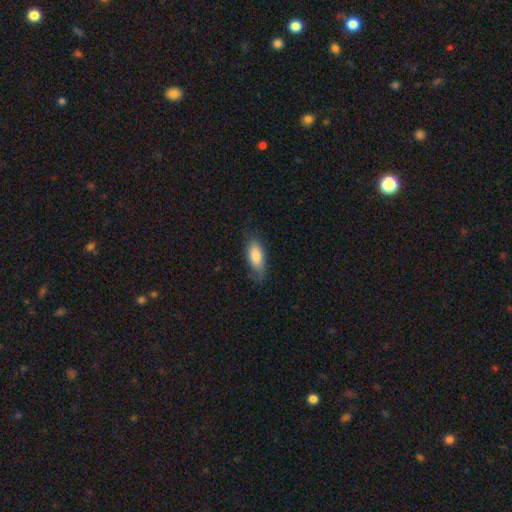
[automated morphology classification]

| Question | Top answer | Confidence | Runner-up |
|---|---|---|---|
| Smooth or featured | smooth | 81% | featured or disk (13%) |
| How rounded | in between | 80% | cigar-shaped (18%) |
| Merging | none | 70% | minor disturbance (24%) |